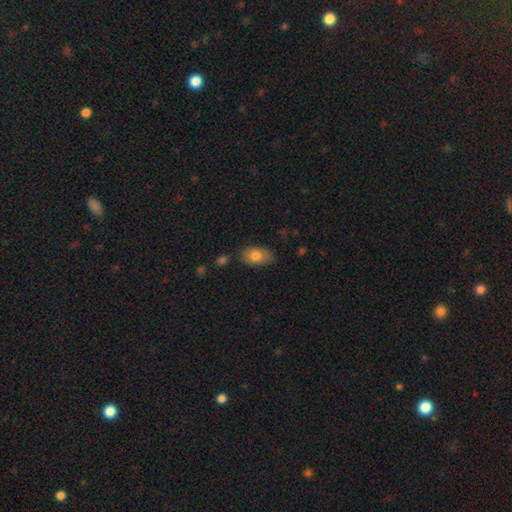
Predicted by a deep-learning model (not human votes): Smooth or featured? smooth (78%)
How rounded? in between (90%)
Merging? none (76%)